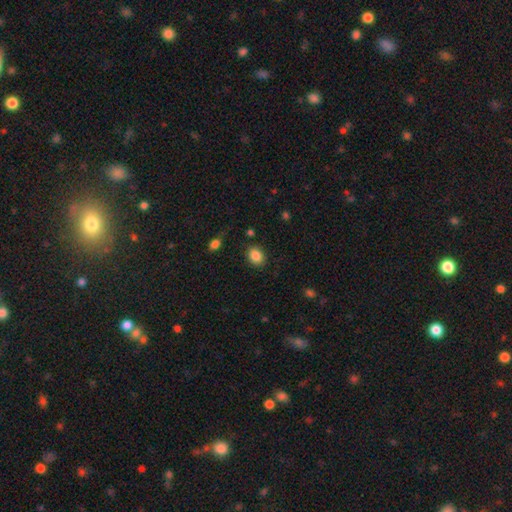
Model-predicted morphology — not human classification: Smooth or featured? Predicted: smooth (p=0.86). How rounded? Predicted: in between (p=0.55). Merging? Predicted: none (p=0.85).